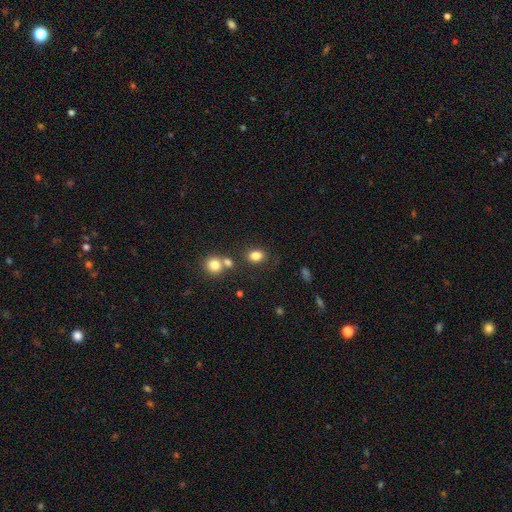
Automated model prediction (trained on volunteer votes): This appears to be a smooth galaxy with no disk features (82%) that is in between round and cigar-shaped (66%). Merging: none (70%).